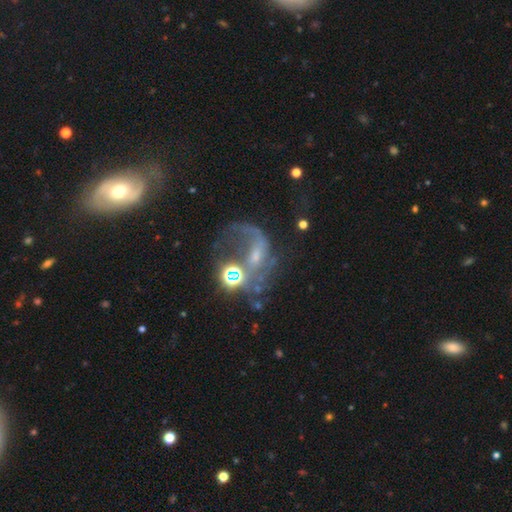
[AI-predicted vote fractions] Smooth or featured? featured or disk (63%)
Edge-on disk? no (97%)
Bar? no (53%)
Spiral arms? yes (70%)
Bulge size? small (45%)
Merging? major disturbance (43%)